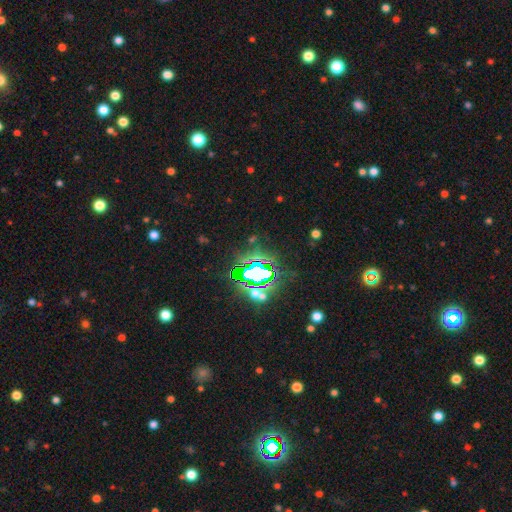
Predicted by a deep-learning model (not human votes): The model was most divided on "smooth or featured": star or artifact: 83%, smooth: 10%, featured or disk: 7%.